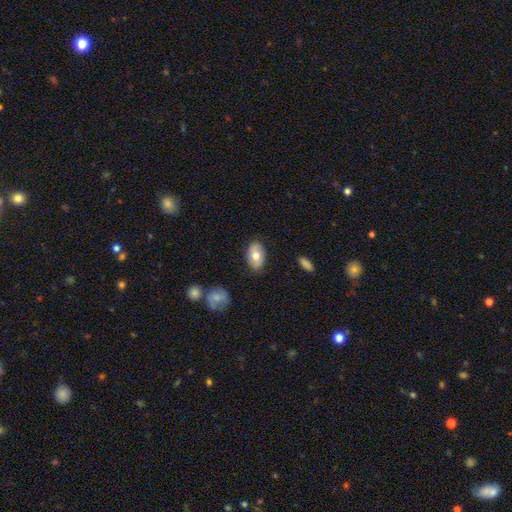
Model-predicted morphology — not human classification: A smooth galaxy with no disk features (72%) that is in between round and cigar-shaped (92%). Merging: none (85%).